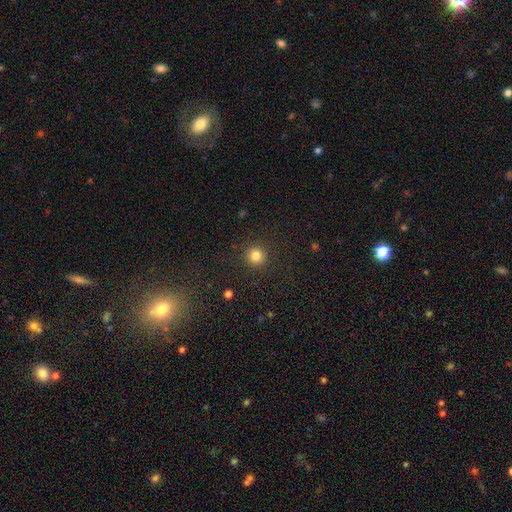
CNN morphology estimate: smooth_or_featured: smooth (p=0.83) [alt: star or artifact p=0.12]
how_rounded: round (p=0.94) [alt: in between p=0.05]
merging: none (p=0.90) [alt: minor disturbance p=0.06]